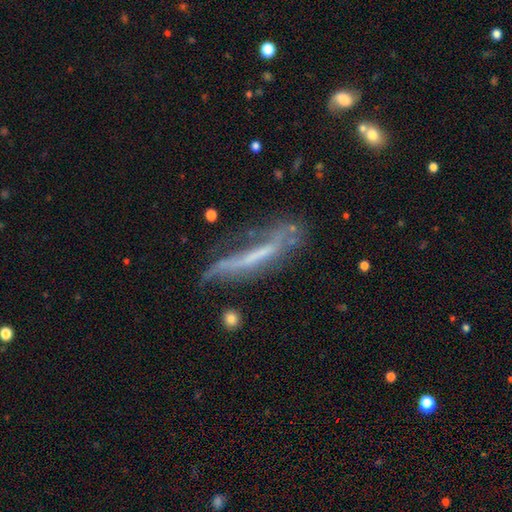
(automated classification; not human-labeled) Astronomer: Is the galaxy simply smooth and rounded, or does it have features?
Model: featured or disk — 59%.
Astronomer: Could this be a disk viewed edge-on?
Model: yes — 61% (runner-up: no, 39%).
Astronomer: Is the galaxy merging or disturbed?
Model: none — 39% (runner-up: minor disturbance, 27%).